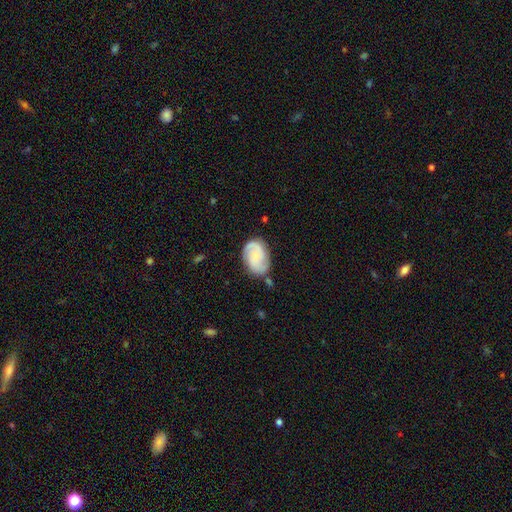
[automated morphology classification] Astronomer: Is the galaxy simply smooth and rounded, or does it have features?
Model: featured or disk — 68%.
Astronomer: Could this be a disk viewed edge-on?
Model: no — 97%.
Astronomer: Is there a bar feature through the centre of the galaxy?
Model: no — 61%.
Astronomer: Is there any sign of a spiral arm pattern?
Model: yes — 95%.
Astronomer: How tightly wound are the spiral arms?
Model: medium — 47% (runner-up: tight, 30%).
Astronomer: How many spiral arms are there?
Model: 2 — 81%.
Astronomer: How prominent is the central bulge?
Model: small — 54%.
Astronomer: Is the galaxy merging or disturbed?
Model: none — 72%.